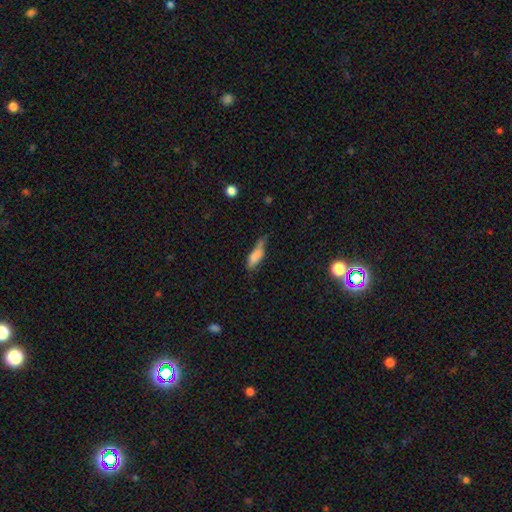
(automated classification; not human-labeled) Overall: smooth (75%). How rounded: in between (54%; cigar-shaped 43%). Merging: minor disturbance (42%; none 36%).